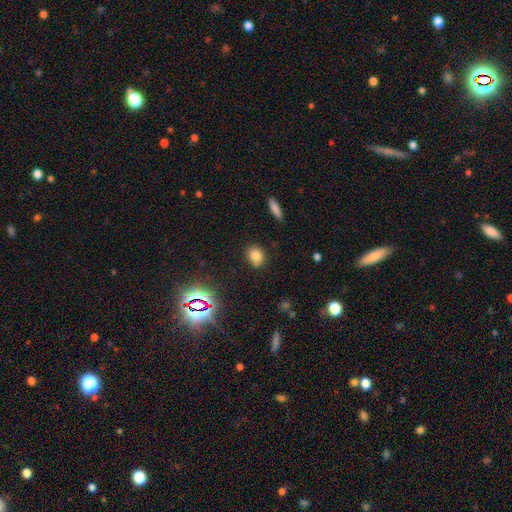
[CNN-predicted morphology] Smooth or featured?
  - smooth: 77% *
  - star or artifact: 15%
  - featured or disk: 8%
How rounded?
  - round: 54% *
  - in between: 44%
  - cigar-shaped: 2%
Merging?
  - none: 82% *
  - minor disturbance: 12%
  - merger: 3%
  - major disturbance: 3%